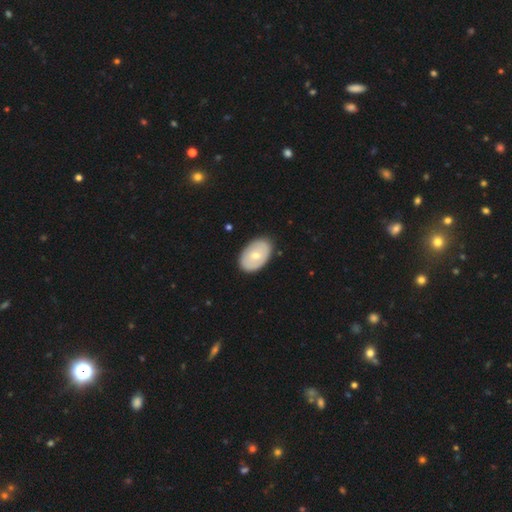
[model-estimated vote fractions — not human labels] smooth 59%, featured or disk 35%, star or artifact 5%. Down the decision tree: how rounded — in between (89%); merging — none (87%).